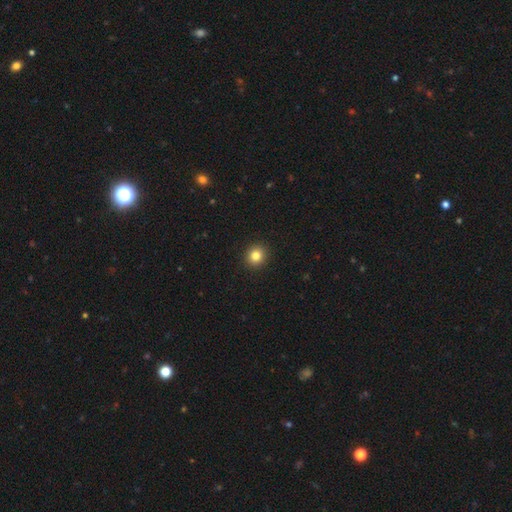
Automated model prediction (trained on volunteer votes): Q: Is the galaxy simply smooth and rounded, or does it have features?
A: smooth — 83%.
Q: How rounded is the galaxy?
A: round — 84%.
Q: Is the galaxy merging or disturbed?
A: none — 93%.